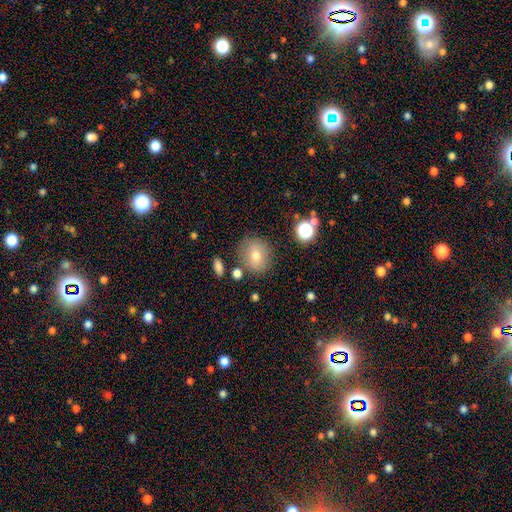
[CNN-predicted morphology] Smooth or featured: smooth — 73% (featured or disk — 15%)
How rounded: round — 72% (in between — 26%)
Merging: none — 76% (minor disturbance — 13%)